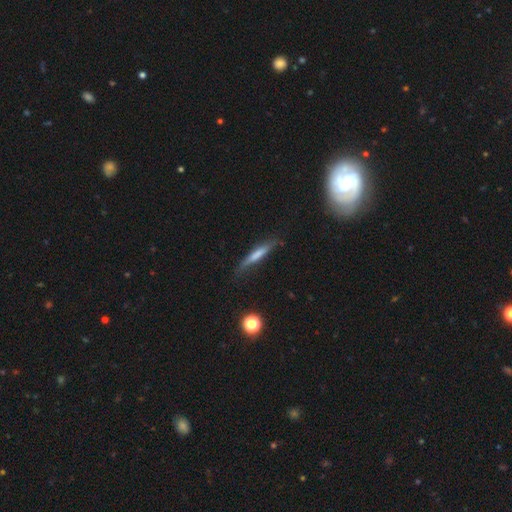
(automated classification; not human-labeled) Q: Smooth or featured?
A: smooth (56%); runner-up: featured or disk (36%)
Q: How rounded?
A: cigar-shaped (91%); runner-up: in between (7%)
Q: Merging?
A: none (74%); runner-up: minor disturbance (19%)